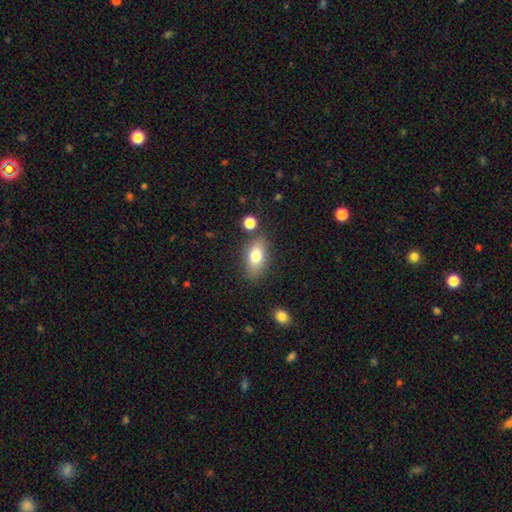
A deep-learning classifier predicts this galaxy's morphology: Smooth or featured: smooth — 77% (featured or disk — 15%)
How rounded: in between — 87% (round — 7%)
Merging: none — 78% (minor disturbance — 13%)